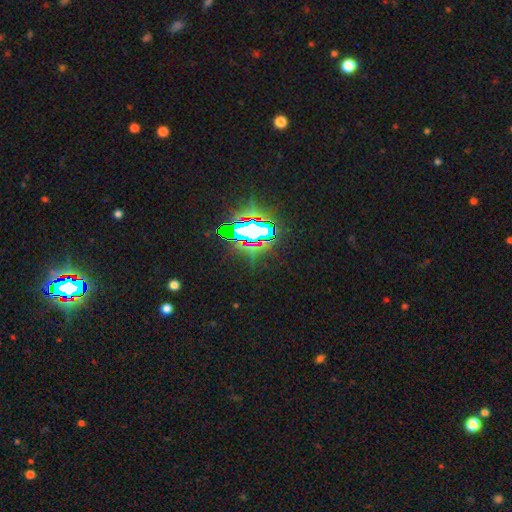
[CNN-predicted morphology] A star or artifact, not a galaxy (81%).

Vote fractions:
- Smooth or featured? star or artifact: 81% / smooth: 10% / featured or disk: 9%